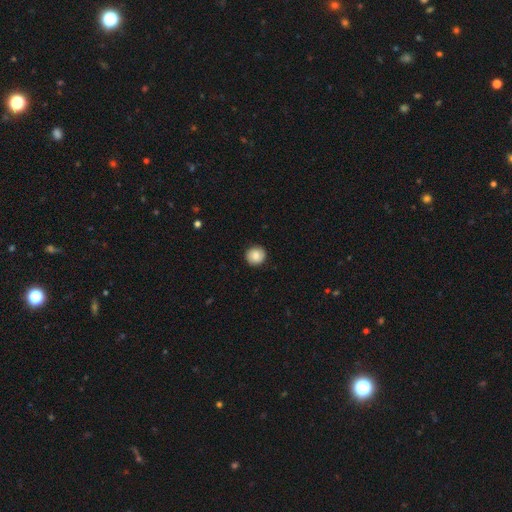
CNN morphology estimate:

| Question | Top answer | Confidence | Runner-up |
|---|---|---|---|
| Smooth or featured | smooth | 80% | featured or disk (12%) |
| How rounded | round | 93% | in between (6%) |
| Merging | none | 89% | minor disturbance (8%) |